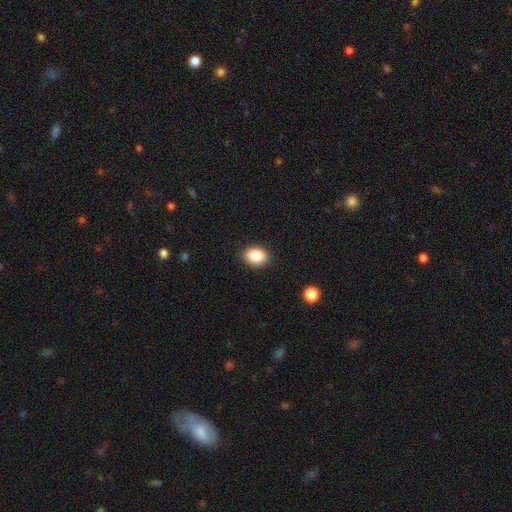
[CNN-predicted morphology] Smooth or featured? smooth (87%)
How rounded? in between (63%)
Merging? none (89%)